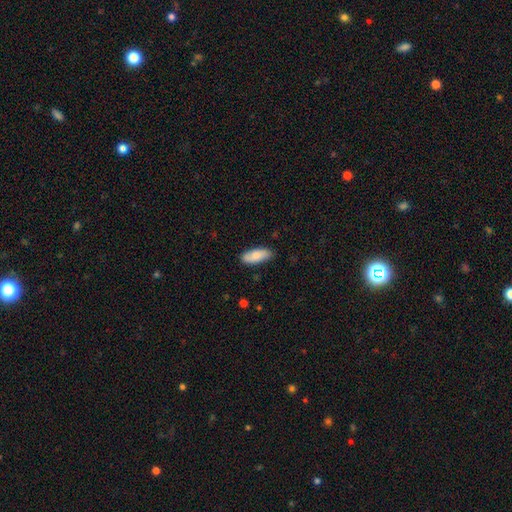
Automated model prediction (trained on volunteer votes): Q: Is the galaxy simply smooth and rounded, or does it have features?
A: smooth — 82%.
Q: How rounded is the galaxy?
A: in between — 80%.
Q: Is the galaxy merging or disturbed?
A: none — 85%.